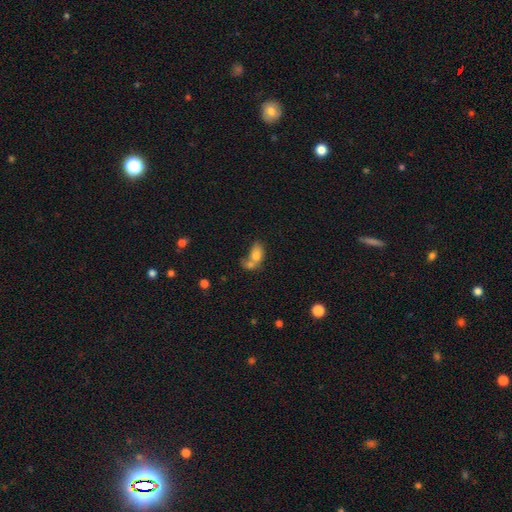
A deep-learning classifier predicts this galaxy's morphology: smooth 76%, featured or disk 15%, star or artifact 9%. Down the decision tree: how rounded — in between (80%); merging — merger (62%).